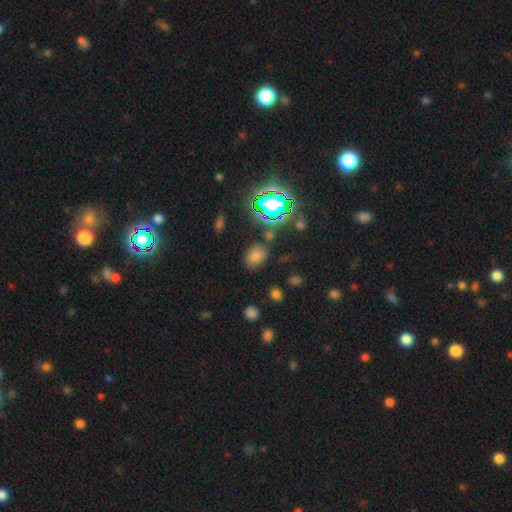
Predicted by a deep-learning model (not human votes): The model was most divided on "how rounded": in between: 58%, round: 41%, cigar-shaped: 2%. More confident: merging — none (81%); smooth or featured — smooth (60%).